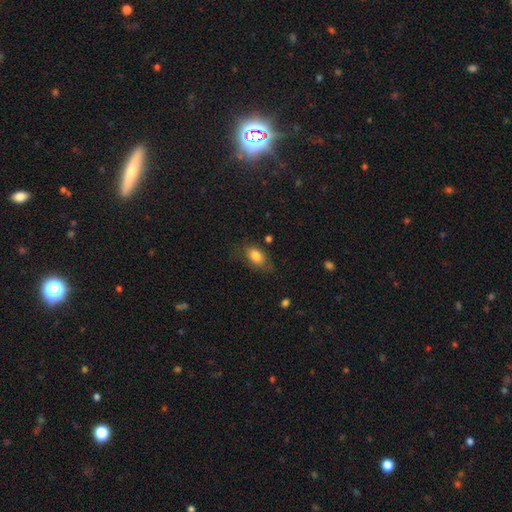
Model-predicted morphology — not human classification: This is clearly a smooth galaxy (81%). How rounded: clearly in between (88%). Merging: likely none (65%).